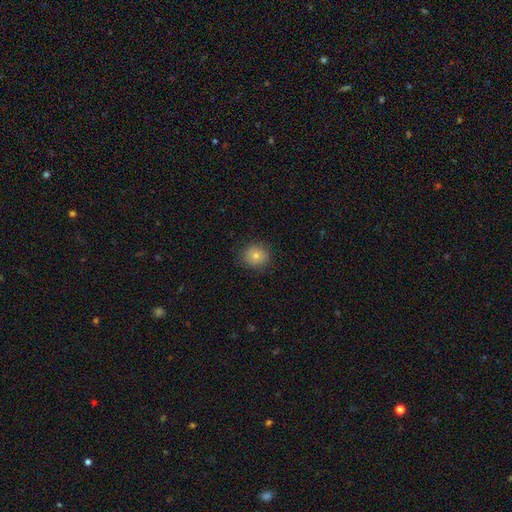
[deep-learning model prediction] Morphology: type=smooth (80%); roundness=round (84%); merging=none (86%).